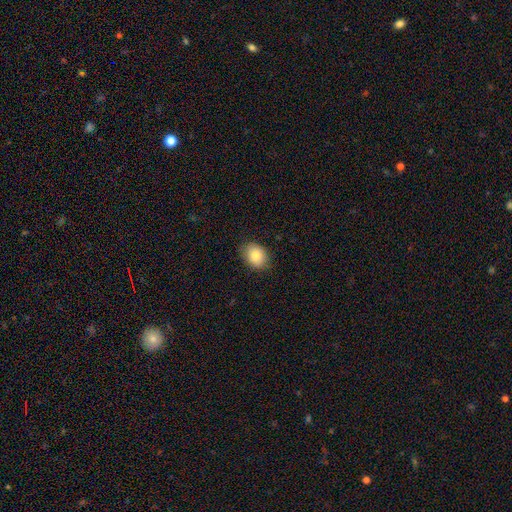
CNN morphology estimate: The model was most divided on "how rounded": in between: 62%, round: 37%, cigar-shaped: 1%. More confident: merging — none (84%); smooth or featured — smooth (83%).